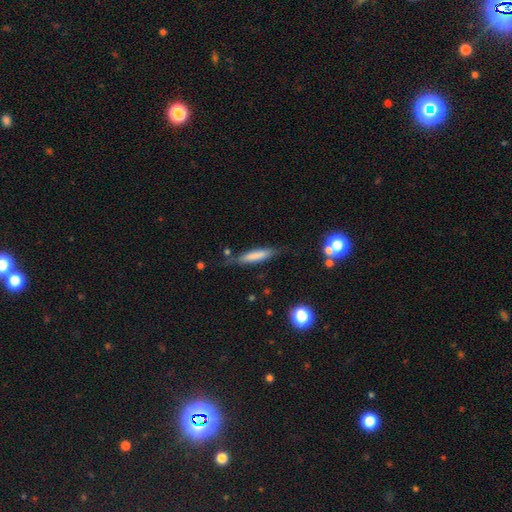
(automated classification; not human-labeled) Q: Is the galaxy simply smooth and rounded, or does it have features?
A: smooth — 72%.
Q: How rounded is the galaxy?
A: cigar-shaped — 84%.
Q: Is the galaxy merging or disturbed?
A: none — 73%.